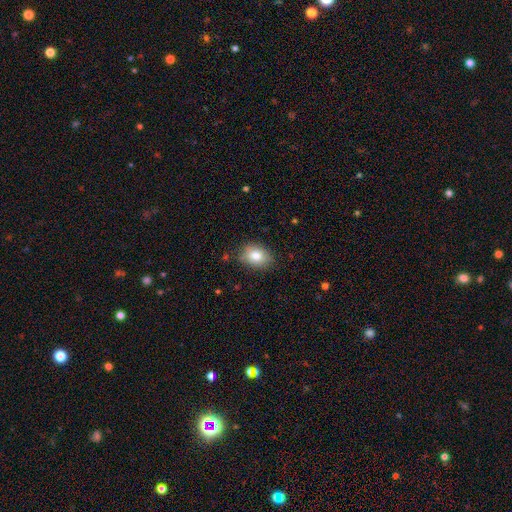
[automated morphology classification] Smooth or featured? smooth (82%)
How rounded? in between (70%)
Merging? none (78%)